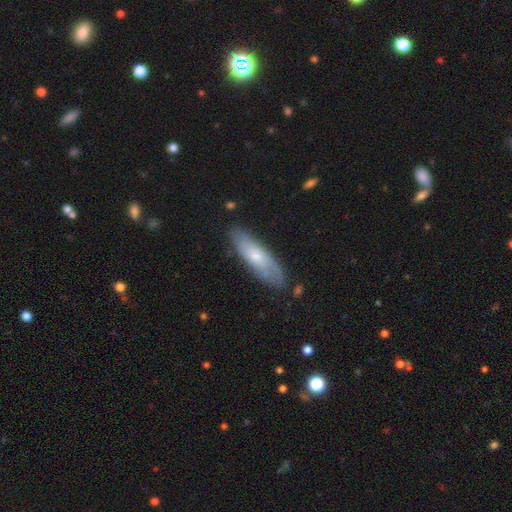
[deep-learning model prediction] Overall: smooth (51%; featured or disk 42%). How rounded: cigar-shaped (54%; in between 45%). Merging: none (77%).